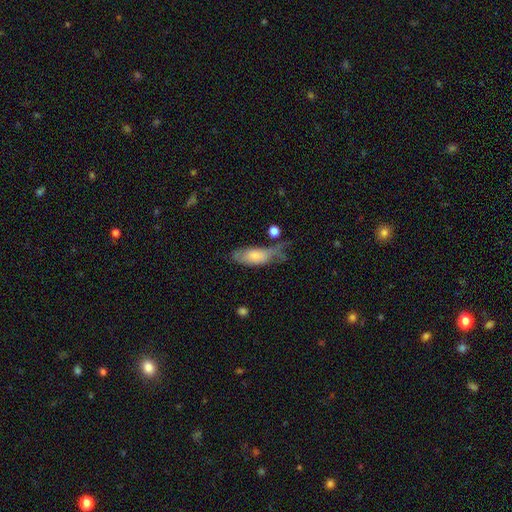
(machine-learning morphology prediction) A smooth galaxy with no disk features (72%) that is in between round and cigar-shaped (75%).

Vote fractions:
- Smooth or featured? smooth: 72% / featured or disk: 21% / star or artifact: 7%
- How rounded? in between: 75% / cigar-shaped: 22% / round: 3%
- Merging? none: 33% (tied) / minor disturbance: 33% (tied) / major disturbance: 24% / merger: 9%